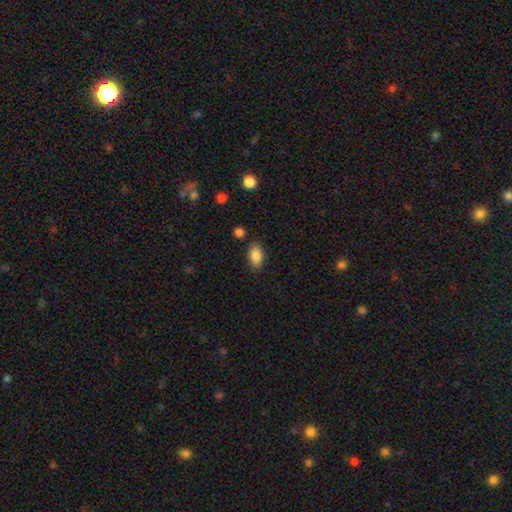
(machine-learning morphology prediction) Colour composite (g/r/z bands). It shows a smooth galaxy with no disk features (86%) that is in between round and cigar-shaped (91%). Merging: none (84%).